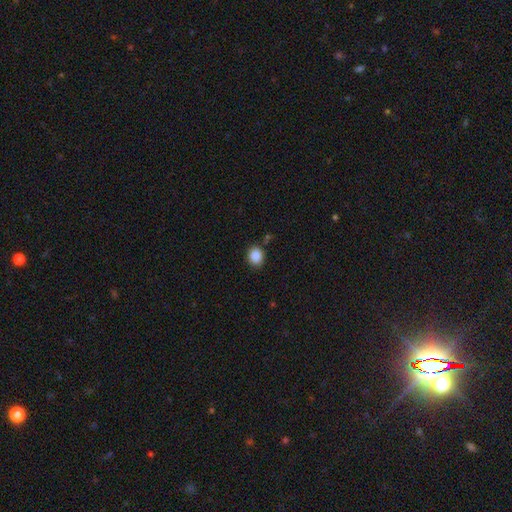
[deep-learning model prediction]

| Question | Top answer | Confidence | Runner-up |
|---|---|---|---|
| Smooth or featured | smooth | 87% | star or artifact (9%) |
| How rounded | round | 65% | in between (34%) |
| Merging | none | 82% | minor disturbance (11%) |